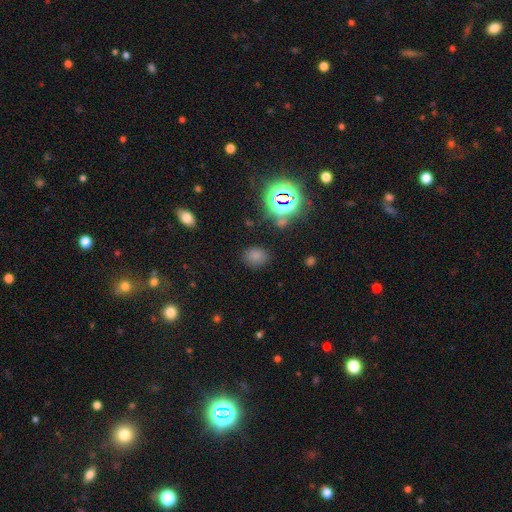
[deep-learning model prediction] Overall: smooth (69%). How rounded: in between (52%; round 46%). Merging: none (80%).